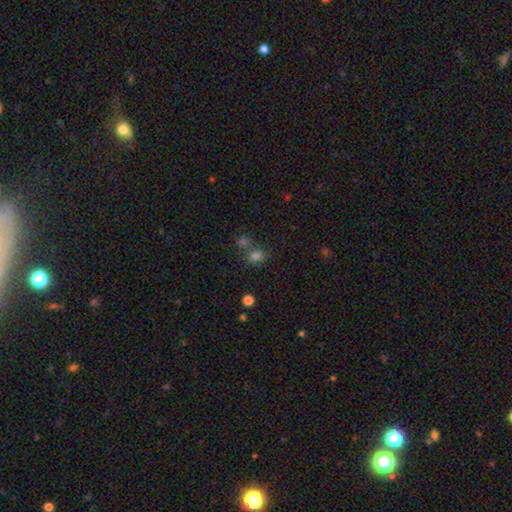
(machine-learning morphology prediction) This appears to be a smooth galaxy with no disk features (71%) that is round (57%). Merging: none (57%).